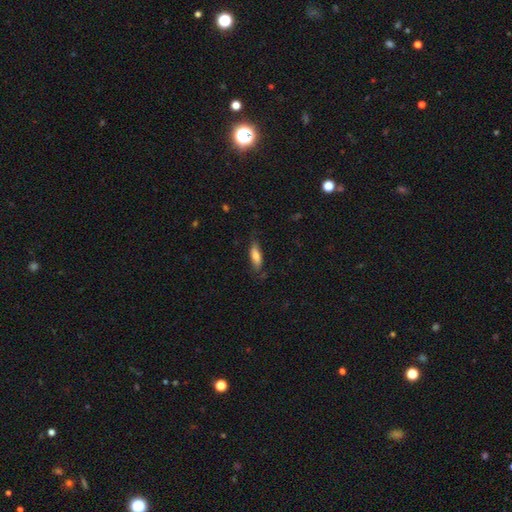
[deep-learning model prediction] Overall: smooth (77%). How rounded: in between (57%; cigar-shaped 41%). Merging: none (76%).